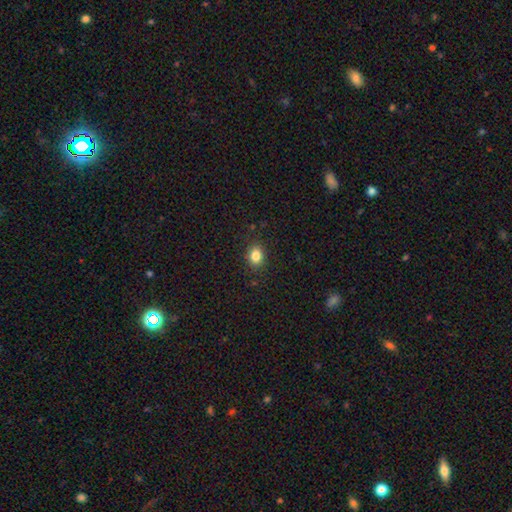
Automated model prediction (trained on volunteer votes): The model was most divided on "how rounded": in between: 55%, round: 44%, cigar-shaped: 1%. More confident: merging — none (87%); smooth or featured — smooth (83%).